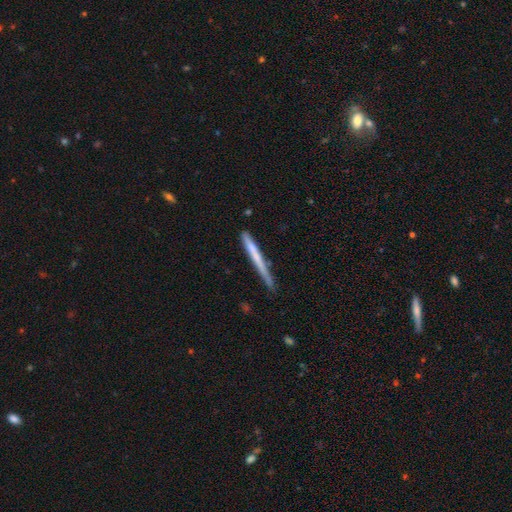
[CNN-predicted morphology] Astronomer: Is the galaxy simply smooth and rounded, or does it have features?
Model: smooth — 53% (runner-up: featured or disk, 41%).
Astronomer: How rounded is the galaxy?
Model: cigar-shaped — 97%.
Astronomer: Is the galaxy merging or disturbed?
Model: none — 76%.